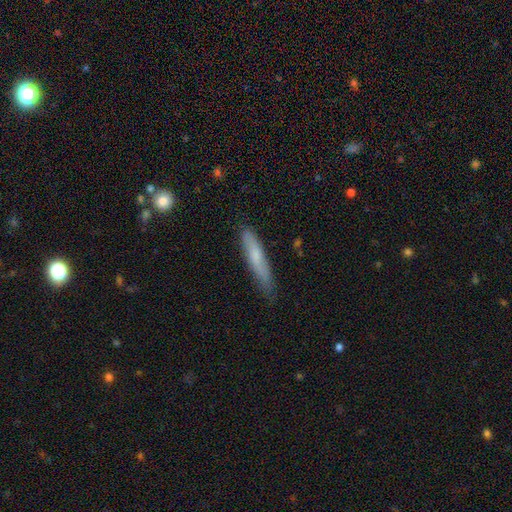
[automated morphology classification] The model was most divided on "smooth or featured": smooth: 68%, featured or disk: 26%, star or artifact: 6%. More confident: how rounded — cigar-shaped (90%); merging — none (74%).